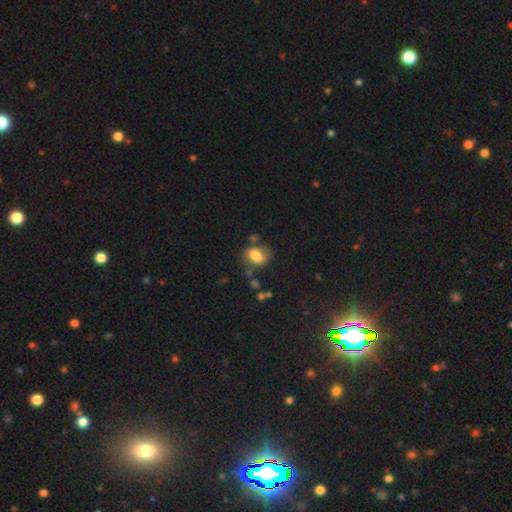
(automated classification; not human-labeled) The model was most divided on "how rounded": in between: 68%, round: 31%, cigar-shaped: 1%. More confident: smooth or featured — smooth (79%); merging — none (61%).